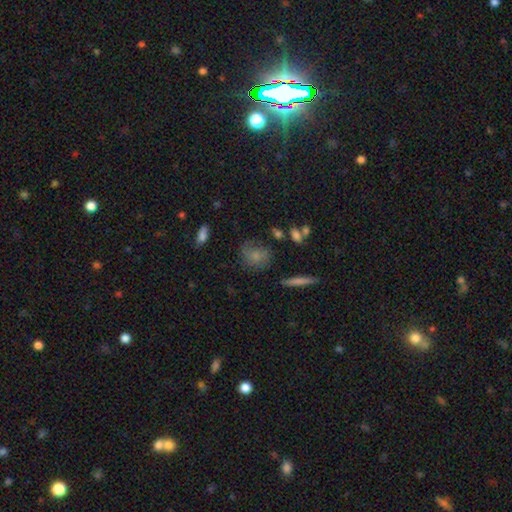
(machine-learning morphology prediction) smooth_or_featured: smooth (p=0.63) [alt: featured or disk p=0.27]
how_rounded: round (p=0.54) [alt: in between p=0.43]
merging: none (p=0.56) [alt: minor disturbance p=0.27]